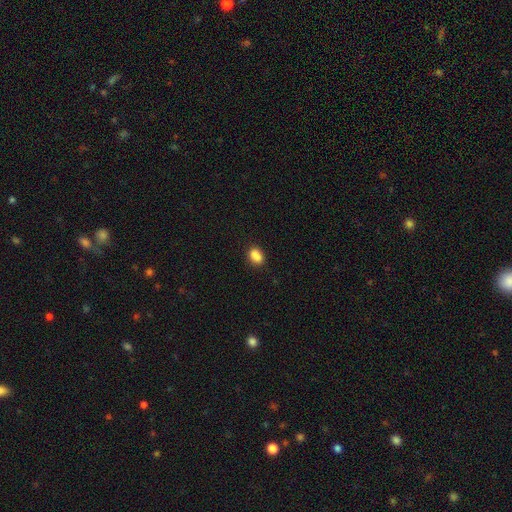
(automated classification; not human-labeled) The model was most divided on "how rounded": in between: 75%, round: 23%, cigar-shaped: 2%. More confident: smooth or featured — smooth (85%); merging — none (74%).